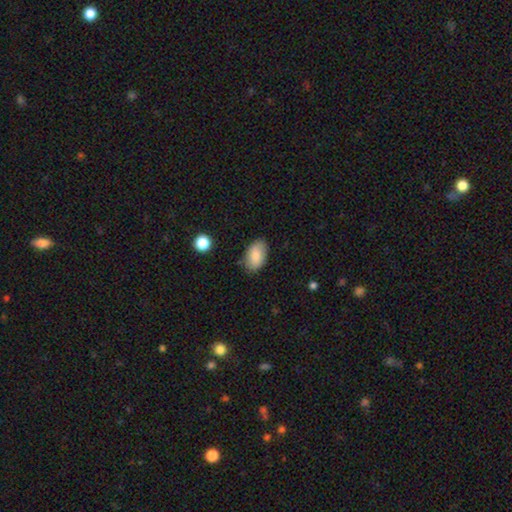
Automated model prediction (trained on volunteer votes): This is clearly a smooth galaxy (82%). How rounded: clearly in between (92%). Merging: likely none (78%).